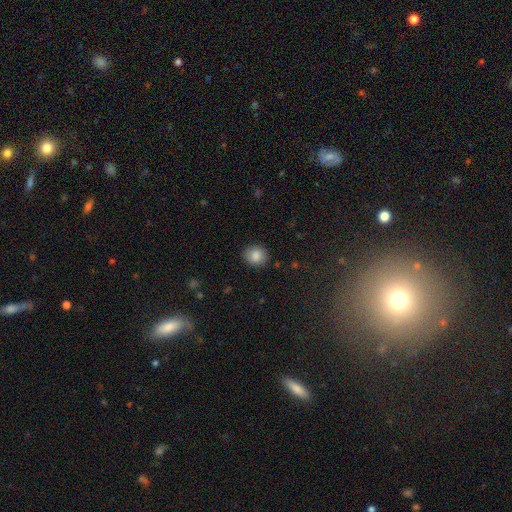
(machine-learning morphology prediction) type=smooth (86%); roundness=round (78%); merging=none (89%).